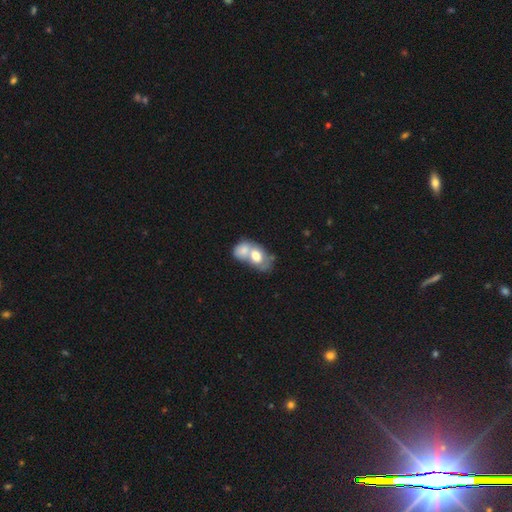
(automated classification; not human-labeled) Q: Smooth or featured?
A: smooth (65%); runner-up: featured or disk (28%)
Q: How rounded?
A: in between (78%); runner-up: round (20%)
Q: Merging?
A: merger (76%); runner-up: none (12%)